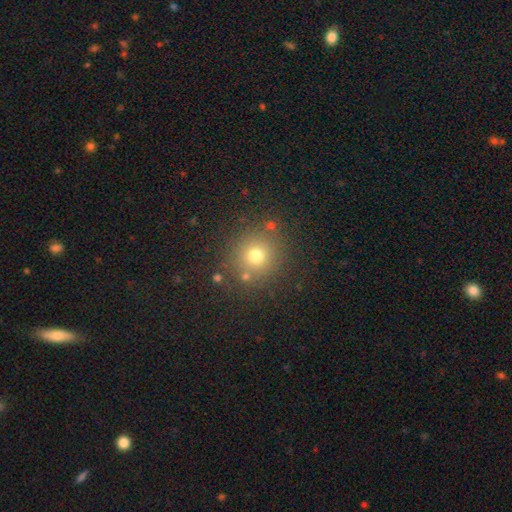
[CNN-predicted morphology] Q: Smooth or featured?
A: smooth (71%); runner-up: star or artifact (20%)
Q: How rounded?
A: round (91%); runner-up: in between (8%)
Q: Merging?
A: none (83%); runner-up: minor disturbance (9%)